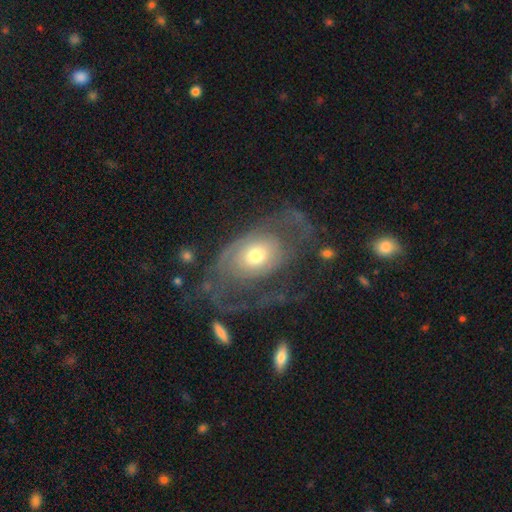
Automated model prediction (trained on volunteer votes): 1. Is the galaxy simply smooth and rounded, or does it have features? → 74% featured or disk, 20% smooth, 6% star or artifact.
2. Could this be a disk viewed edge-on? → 94% no, 6% yes.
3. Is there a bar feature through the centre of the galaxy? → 79% no, 17% weak, 4% strong.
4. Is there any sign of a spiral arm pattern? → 76% yes, 24% no.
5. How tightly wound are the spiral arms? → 39% tight, 35% medium, 25% loose.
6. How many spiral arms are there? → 42% 2, 31% can't tell, 13% 1, 8% 3, 4% 4, 4% more than 4.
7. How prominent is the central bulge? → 62% moderate, 23% small, 11% large, 2% dominant, 1% none.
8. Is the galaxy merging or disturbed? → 41% major disturbance, 39% none, 16% minor disturbance, 4% merger.